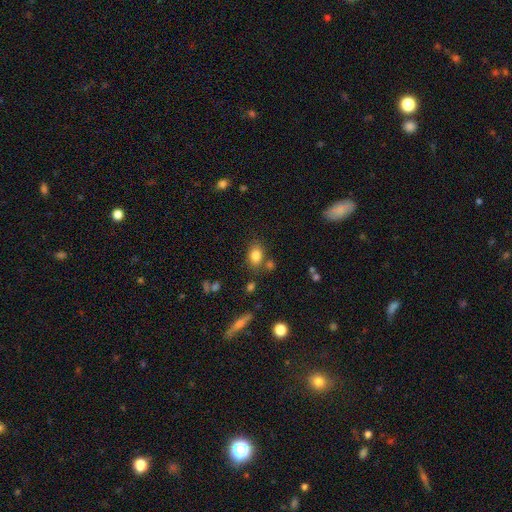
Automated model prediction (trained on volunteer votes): The model was most divided on "how rounded": in between: 75%, round: 23%, cigar-shaped: 2%. More confident: smooth or featured — smooth (82%); merging — none (73%).